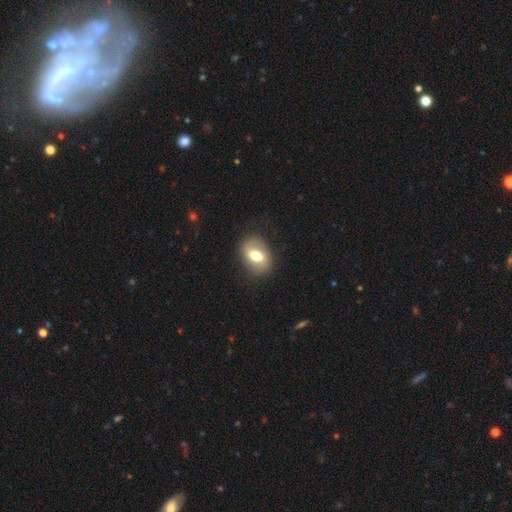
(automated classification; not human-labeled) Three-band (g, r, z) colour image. It shows a smooth galaxy with no disk features (59%) that is in between round and cigar-shaped (78%). Merging: none (80%).